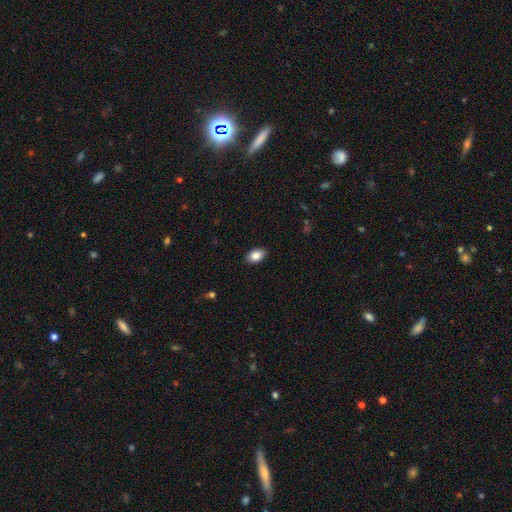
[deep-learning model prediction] This is clearly a smooth galaxy (85%). How rounded: clearly in between (87%). Merging: clearly none (88%).